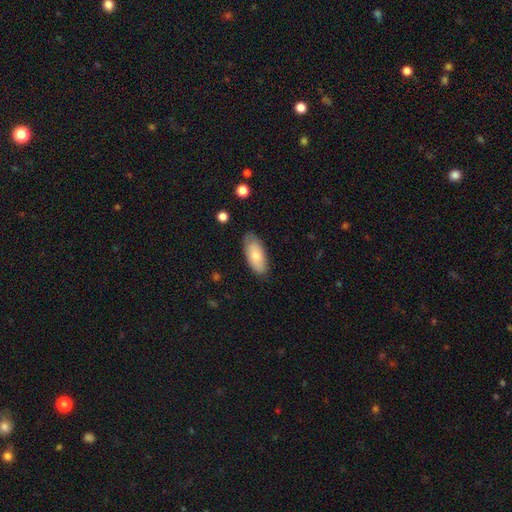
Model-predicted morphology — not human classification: smooth-or-featured: smooth: 77% | featured or disk: 17% | star or artifact: 6%
  how-rounded: in between: 89% | cigar-shaped: 9% | round: 2%
  merging: none: 78% | minor disturbance: 17% | major disturbance: 3% | merger: 1%